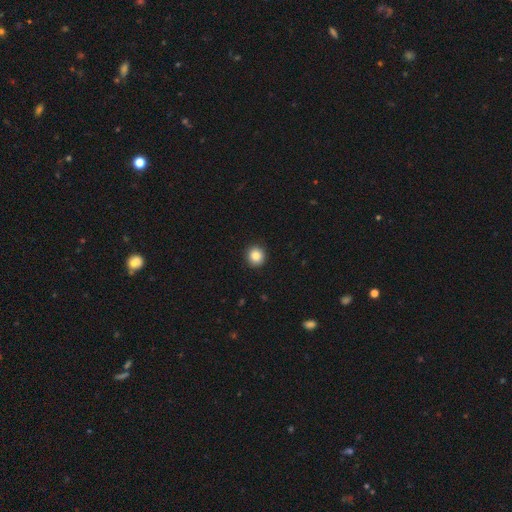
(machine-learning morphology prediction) This appears to be a smooth galaxy with no disk features (86%) that is round (91%). Merging: none (92%).